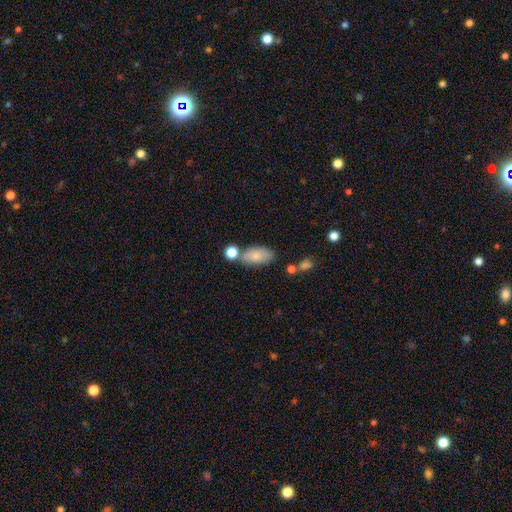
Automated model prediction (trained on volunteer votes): A smooth galaxy with no disk features (78%) that is in between round and cigar-shaped (90%).

Vote fractions:
- Smooth or featured? smooth: 78% / featured or disk: 14% / star or artifact: 8%
- How rounded? in between: 90% / cigar-shaped: 5% / round: 5%
- Merging? none: 61% / minor disturbance: 18% / merger: 15% / major disturbance: 5%